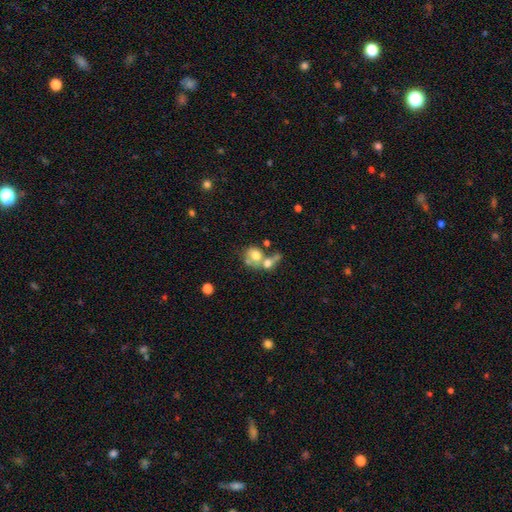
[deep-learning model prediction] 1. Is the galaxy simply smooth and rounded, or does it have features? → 67% smooth, 23% featured or disk, 10% star or artifact.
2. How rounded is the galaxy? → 64% round, 34% in between, 1% cigar-shaped.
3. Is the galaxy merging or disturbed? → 61% merger, 22% none, 8% minor disturbance, 8% major disturbance.